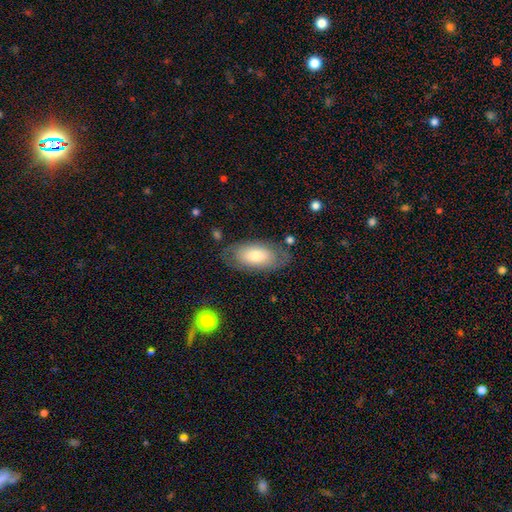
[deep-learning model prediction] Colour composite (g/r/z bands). It shows a smooth galaxy with no disk features (67%) that is in between round and cigar-shaped (93%). Merging: none (71%).